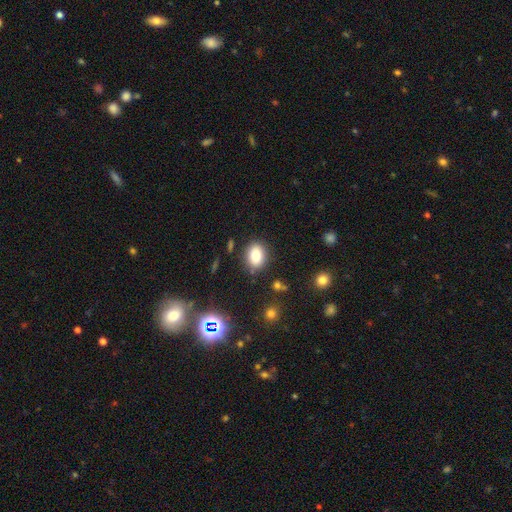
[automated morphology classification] A smooth galaxy with no disk features (81%) that is in between round and cigar-shaped (62%).

Vote fractions:
- Smooth or featured? smooth: 81% / star or artifact: 11% / featured or disk: 8%
- How rounded? in between: 62% / round: 37% / cigar-shaped: 1%
- Merging? none: 83% / minor disturbance: 11% / merger: 3% / major disturbance: 3%